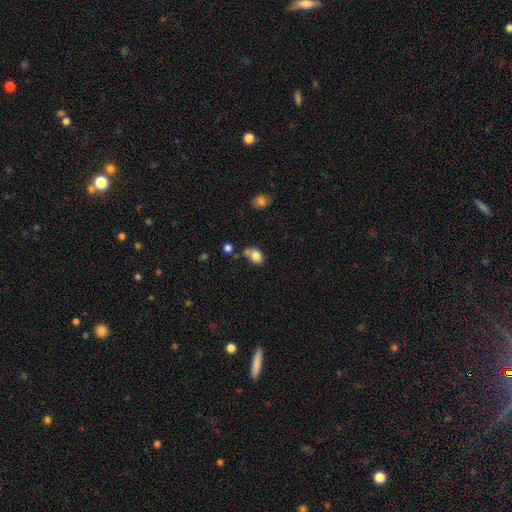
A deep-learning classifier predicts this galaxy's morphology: This is clearly a smooth galaxy (82%). How rounded: likely in between (63%). Merging: possibly none (46%).